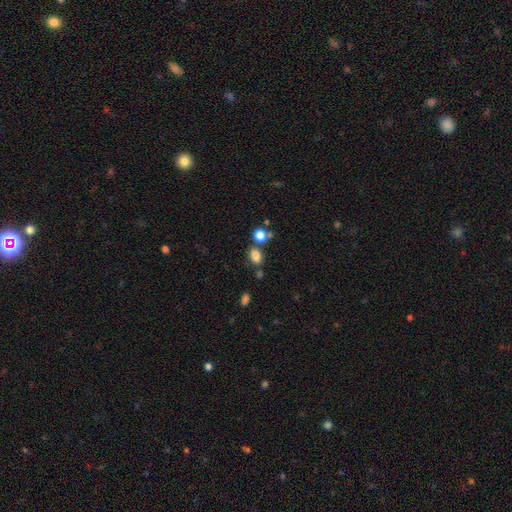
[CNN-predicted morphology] smooth_or_featured: smooth (p=0.82) [alt: star or artifact p=0.12]
how_rounded: in between (p=0.71) [alt: round p=0.27]
merging: none (p=0.68) [alt: merger p=0.15]